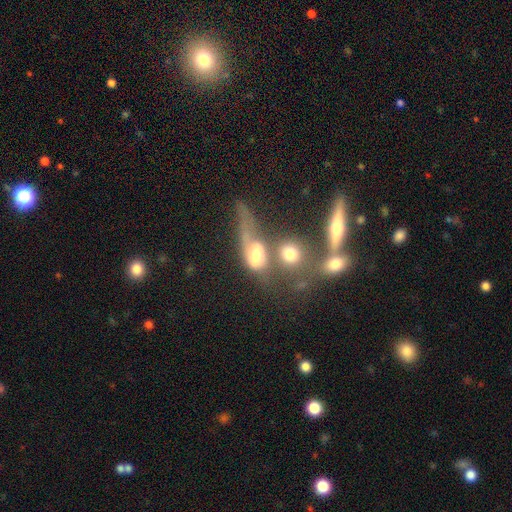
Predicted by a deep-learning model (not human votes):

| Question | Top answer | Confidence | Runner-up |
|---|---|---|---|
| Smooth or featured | smooth | 54% | featured or disk (33%) |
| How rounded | in between | 66% | round (25%) |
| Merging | merger | 52% | major disturbance (22%) |